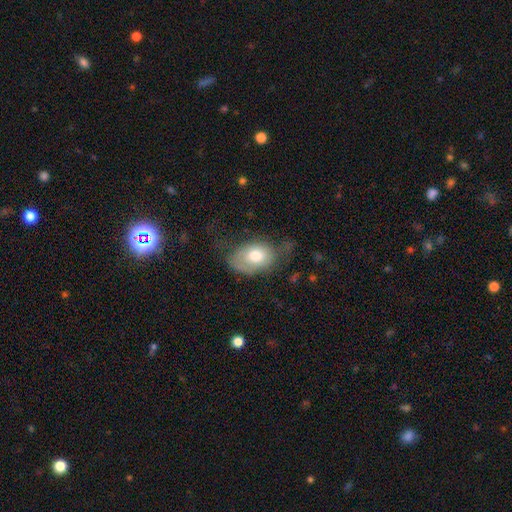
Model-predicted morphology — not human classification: Smooth or featured: smooth — 71% (featured or disk — 21%)
How rounded: in between — 81% (round — 18%)
Merging: none — 43% (minor disturbance — 32%)